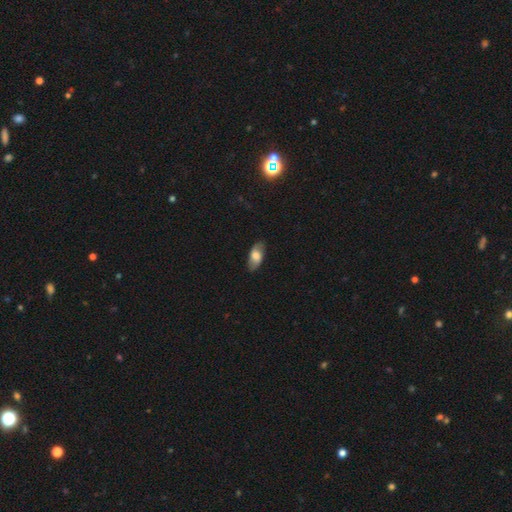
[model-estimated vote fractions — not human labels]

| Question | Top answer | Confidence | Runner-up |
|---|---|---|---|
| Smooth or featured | smooth | 65% | featured or disk (29%) |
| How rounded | in between | 90% | cigar-shaped (7%) |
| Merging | none | 82% | minor disturbance (14%) |